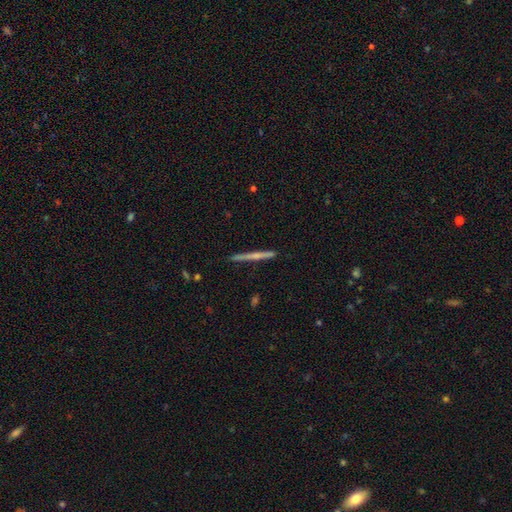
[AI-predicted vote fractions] Q: Smooth or featured?
A: featured or disk (57%); runner-up: smooth (37%)
Q: Edge-on disk?
A: yes (98%); runner-up: no (2%)
Q: Edge-on bulge?
A: none (63%); runner-up: rounded (31%)
Q: Merging?
A: none (91%); runner-up: minor disturbance (7%)